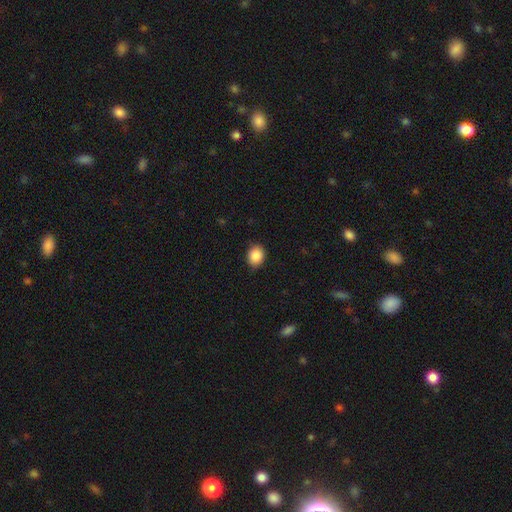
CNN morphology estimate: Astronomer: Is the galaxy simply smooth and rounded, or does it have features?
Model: smooth — 88%.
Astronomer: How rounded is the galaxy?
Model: round — 56% (runner-up: in between, 43%).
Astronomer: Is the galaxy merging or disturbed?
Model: none — 86%.